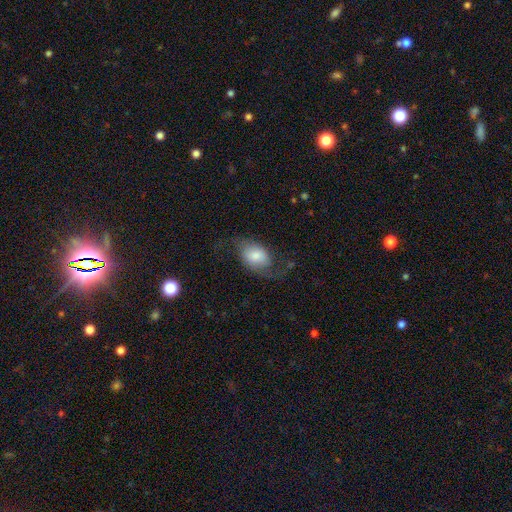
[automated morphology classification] Overall: smooth (47%; featured or disk 45%). Merging: none (53%; major disturbance 24%).